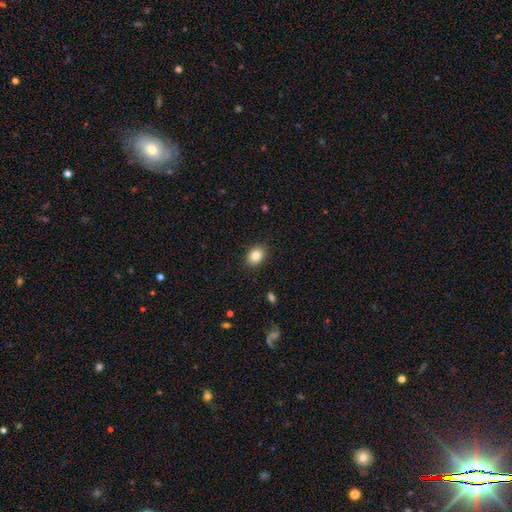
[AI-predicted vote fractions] A smooth galaxy with no disk features (84%) that is in between round and cigar-shaped (69%).

Vote fractions:
- Smooth or featured? smooth: 84% / star or artifact: 9% / featured or disk: 7%
- How rounded? in between: 69% / round: 30% / cigar-shaped: 1%
- Merging? none: 88% / minor disturbance: 8% / major disturbance: 2% / merger: 1%